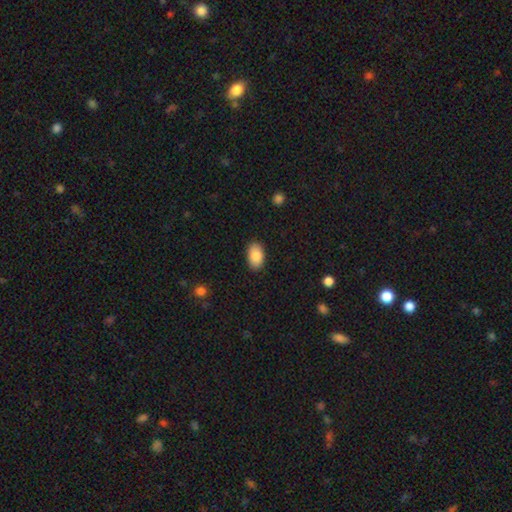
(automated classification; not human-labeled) smooth 88%, star or artifact 7%, featured or disk 5%. Down the decision tree: how rounded — in between (93%); merging — none (88%).